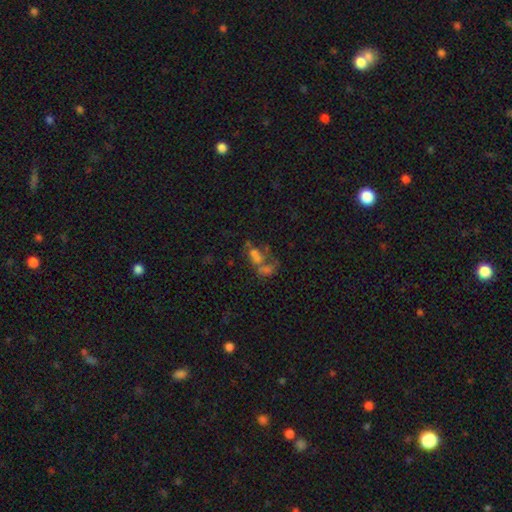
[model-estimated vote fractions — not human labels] Smooth or featured: smooth — 43% (featured or disk — 35%)
Merging: merger — 56% (none — 18%)